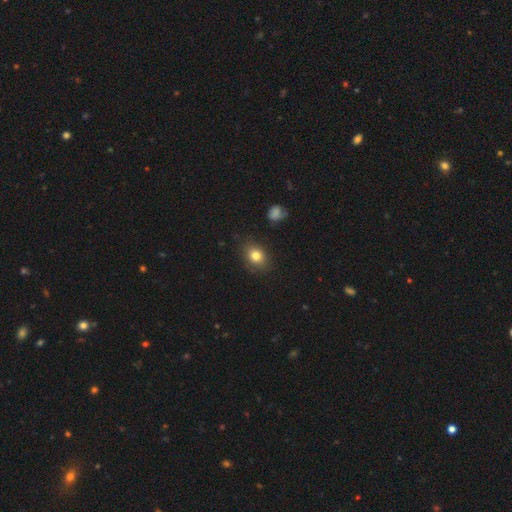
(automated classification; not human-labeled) smooth_or_featured: smooth (p=0.81) [alt: star or artifact p=0.11]
how_rounded: in between (p=0.55) [alt: round p=0.43]
merging: none (p=0.82) [alt: minor disturbance p=0.13]